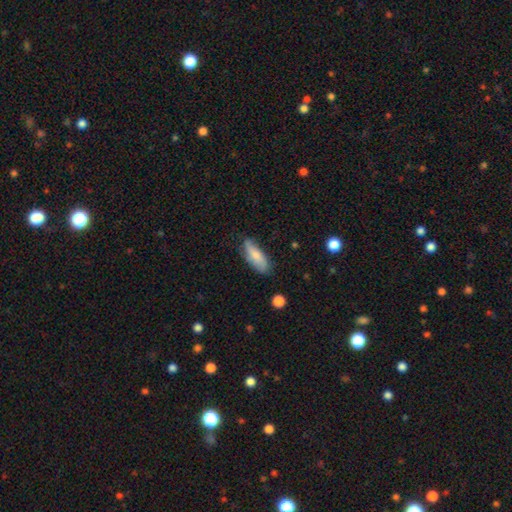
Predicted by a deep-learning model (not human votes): Smooth or featured? Predicted: smooth (p=0.73). How rounded? Predicted: in between (p=0.68). Merging? Predicted: none (p=0.68).